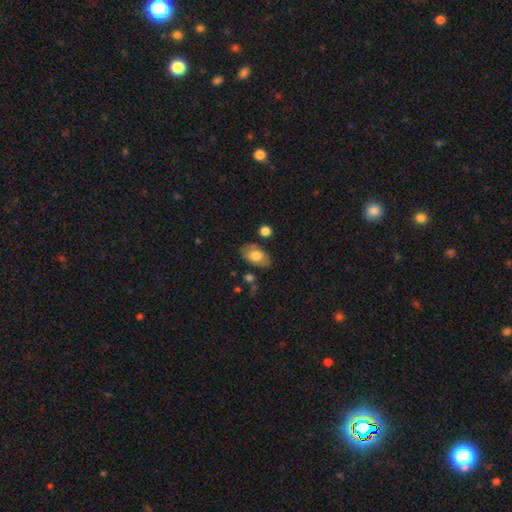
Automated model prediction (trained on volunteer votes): Q: Smooth or featured?
A: smooth (72%); runner-up: featured or disk (22%)
Q: How rounded?
A: in between (92%); runner-up: round (7%)
Q: Merging?
A: none (75%); runner-up: minor disturbance (16%)